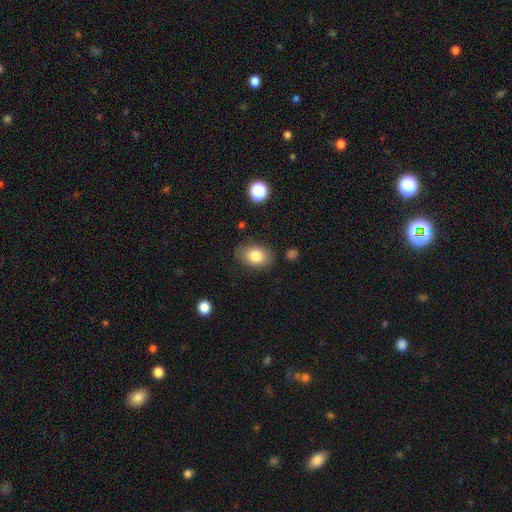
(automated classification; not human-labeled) A smooth galaxy with no disk features (81%) that is in between round and cigar-shaped (79%).

Vote fractions:
- Smooth or featured? smooth: 81% / featured or disk: 11% / star or artifact: 8%
- How rounded? in between: 79% / round: 20% / cigar-shaped: 1%
- Merging? none: 78% / minor disturbance: 16% / major disturbance: 4% / merger: 2%